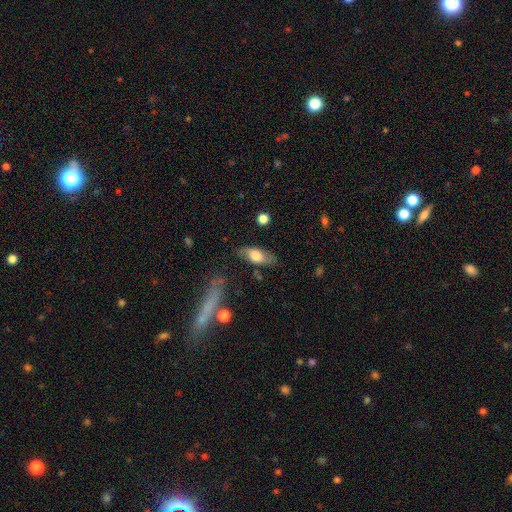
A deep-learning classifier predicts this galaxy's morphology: type=smooth (64%); roundness=in between (80%); merging=none (74%).